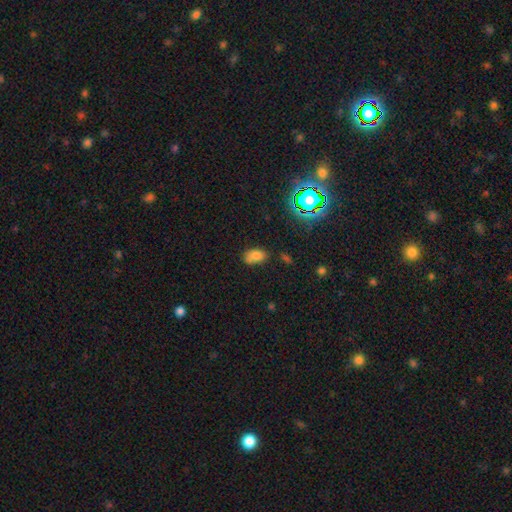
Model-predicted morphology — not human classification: Smooth or featured? Predicted: smooth (p=0.75). How rounded? Predicted: in between (p=0.87). Merging? Predicted: none (p=0.57).